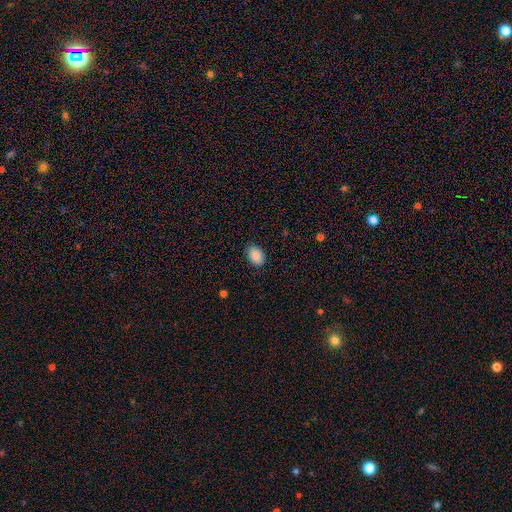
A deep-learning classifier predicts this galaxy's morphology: A smooth galaxy with no disk features (89%) that is in between round and cigar-shaped (83%). Merging: none (87%).